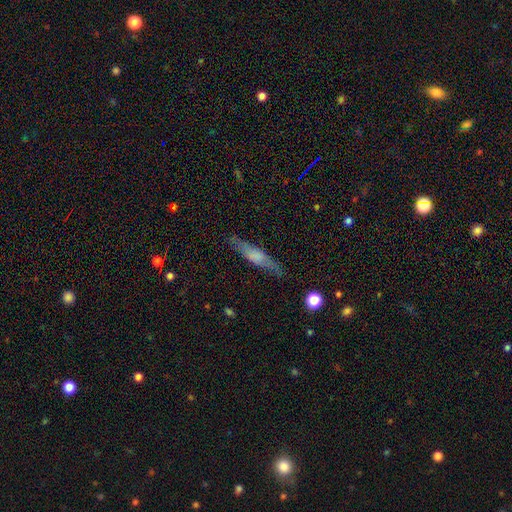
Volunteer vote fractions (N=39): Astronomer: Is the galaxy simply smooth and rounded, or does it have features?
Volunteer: smooth — 56% (runner-up: featured or disk, 41%).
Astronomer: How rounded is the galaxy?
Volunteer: cigar-shaped — 95%.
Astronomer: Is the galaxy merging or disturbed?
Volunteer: none — 82%.